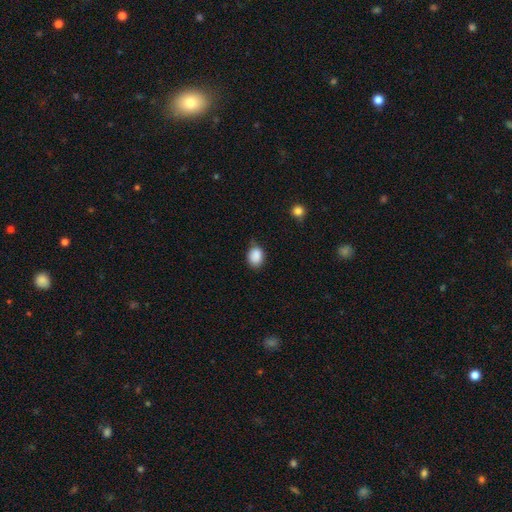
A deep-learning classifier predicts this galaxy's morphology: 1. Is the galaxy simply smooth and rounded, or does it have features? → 87% smooth, 9% star or artifact, 4% featured or disk.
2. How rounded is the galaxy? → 55% in between, 44% round, 1% cigar-shaped.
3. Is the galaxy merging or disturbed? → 63% none, 30% minor disturbance, 5% major disturbance, 2% merger.